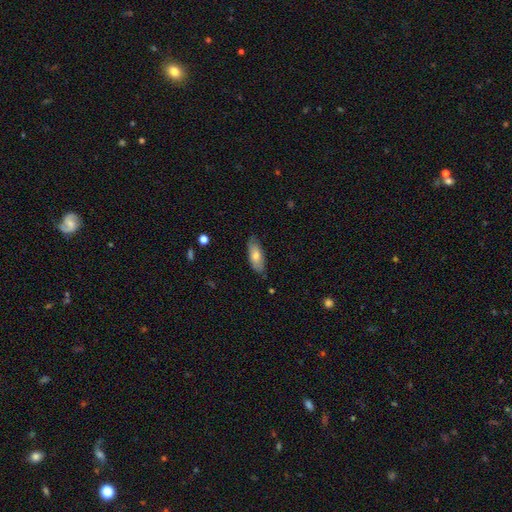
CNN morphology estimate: Smooth or featured: smooth — 72% (featured or disk — 22%)
How rounded: in between — 78% (cigar-shaped — 20%)
Merging: none — 79% (minor disturbance — 17%)